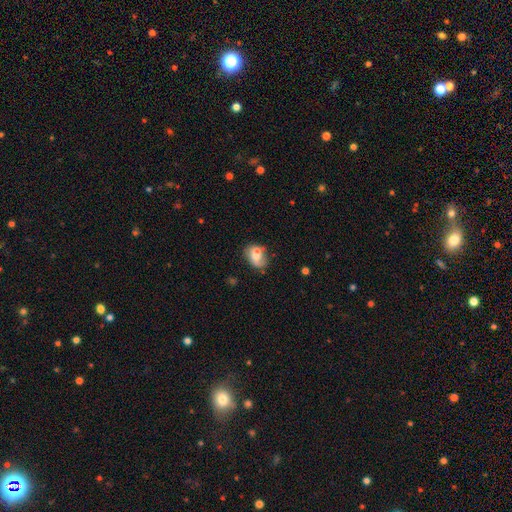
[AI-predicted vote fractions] smooth_or_featured: smooth (p=0.60) [alt: featured or disk p=0.31]
how_rounded: in between (p=0.70) [alt: round p=0.29]
merging: none (p=0.40) [alt: merger p=0.33]